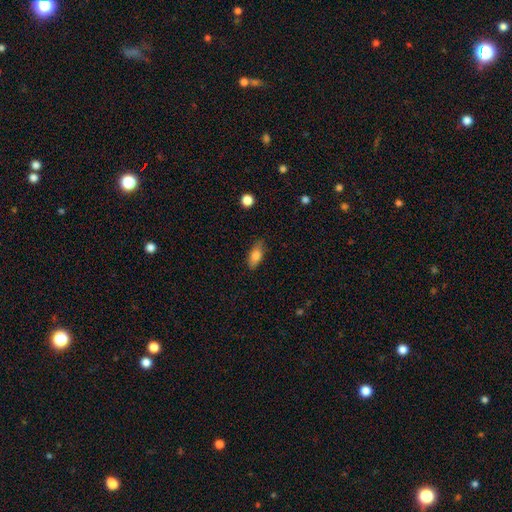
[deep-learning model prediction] This appears to be a smooth galaxy with no disk features (77%) that is in between round and cigar-shaped (81%). Merging: none (79%).